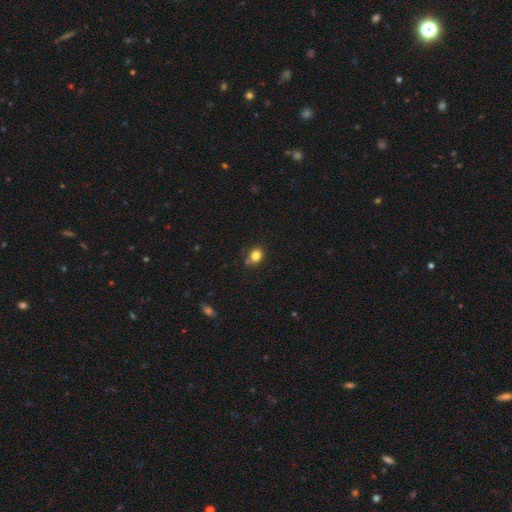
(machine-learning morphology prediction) smooth 82%, star or artifact 12%, featured or disk 6%. Down the decision tree: how rounded — round (64%); merging — none (73%).